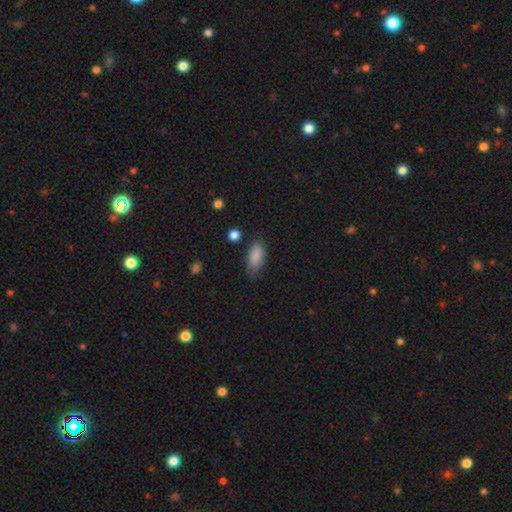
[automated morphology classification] Q: Smooth or featured?
A: smooth (87%); runner-up: star or artifact (8%)
Q: How rounded?
A: in between (89%); runner-up: cigar-shaped (7%)
Q: Merging?
A: none (73%); runner-up: minor disturbance (21%)